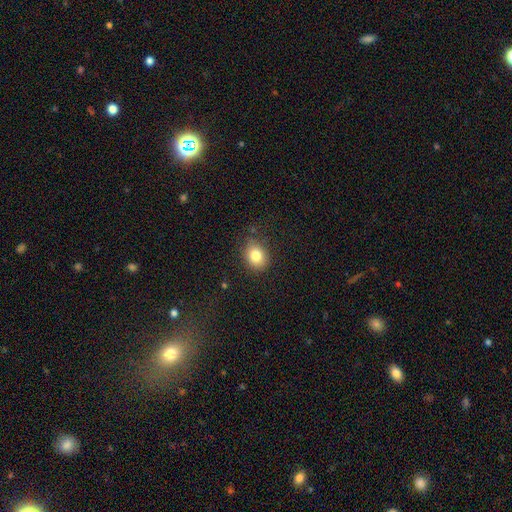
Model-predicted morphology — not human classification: smooth 82%, star or artifact 10%, featured or disk 8%. Down the decision tree: how rounded — round (52%); merging — none (80%).